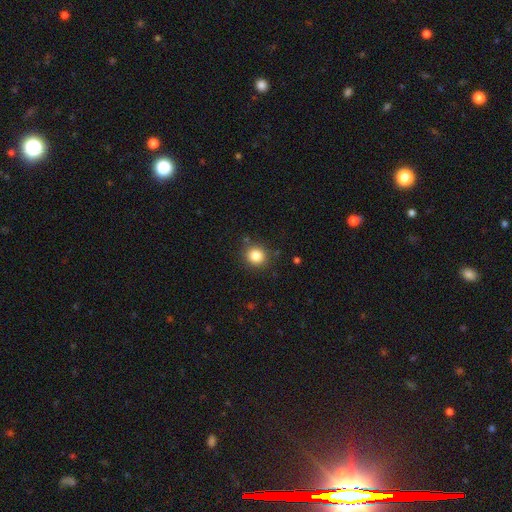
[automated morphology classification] Overall: smooth (83%). How rounded: round (87%). Merging: none (86%).